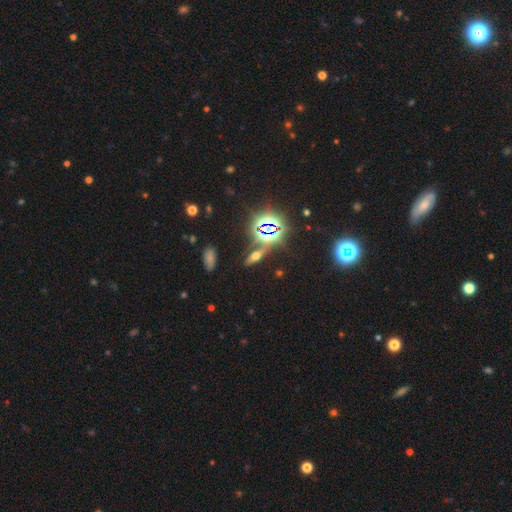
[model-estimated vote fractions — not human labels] A star or artifact, not a galaxy (43%).

Vote fractions:
- Smooth or featured? star or artifact: 43% / smooth: 35% / featured or disk: 22%